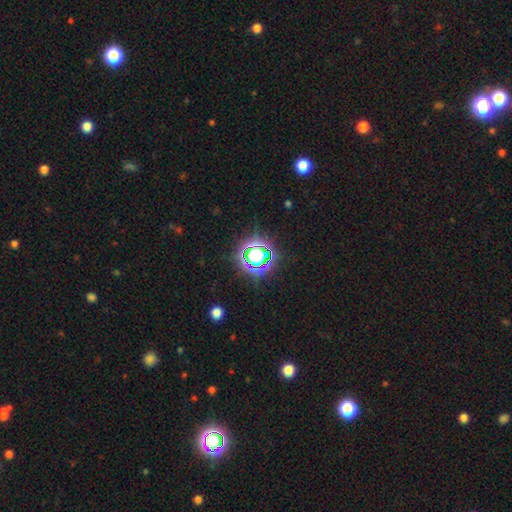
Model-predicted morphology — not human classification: This is likely a star or artifact rather than a galaxy (66%).